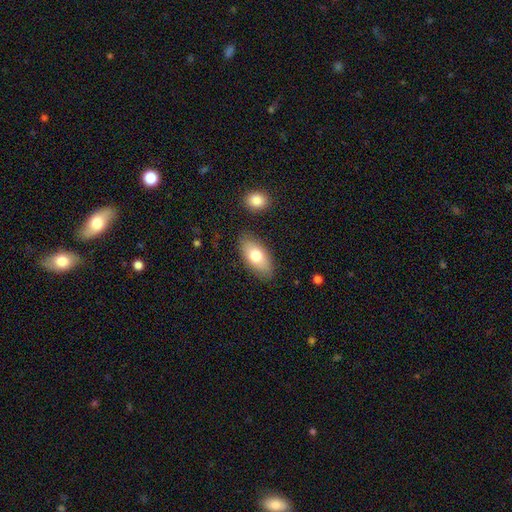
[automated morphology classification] This is likely a smooth galaxy (74%). How rounded: clearly in between (91%). Merging: clearly none (84%).